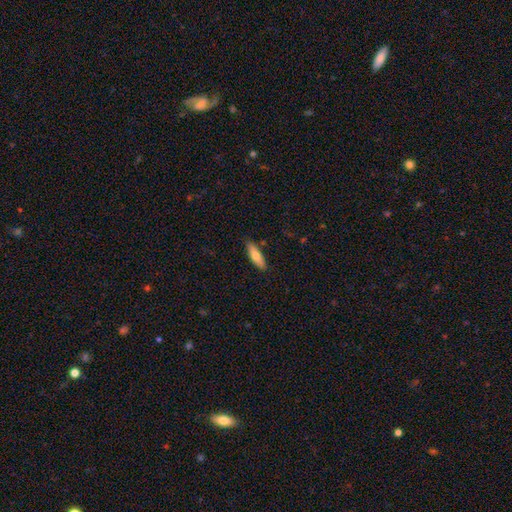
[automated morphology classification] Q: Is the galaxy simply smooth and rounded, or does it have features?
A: smooth — 68%.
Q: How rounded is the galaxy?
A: cigar-shaped — 58%.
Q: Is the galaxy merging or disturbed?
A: none — 85%.